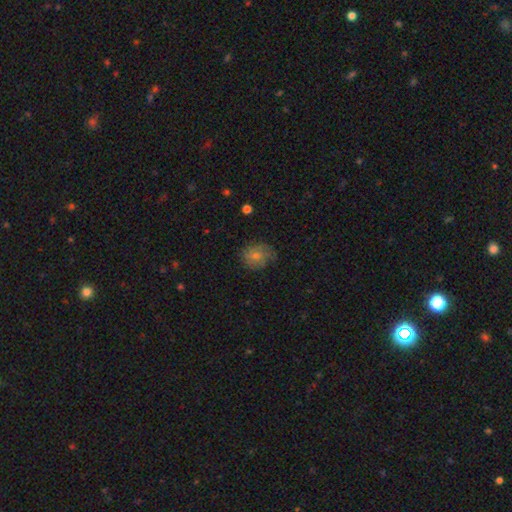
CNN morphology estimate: A smooth galaxy with no disk features (65%) that is round (63%).

Vote fractions:
- Smooth or featured? smooth: 65% / featured or disk: 22% / star or artifact: 13%
- How rounded? round: 63% / in between: 36% / cigar-shaped: 1%
- Merging? none: 70% / minor disturbance: 22% / major disturbance: 7% / merger: 1%